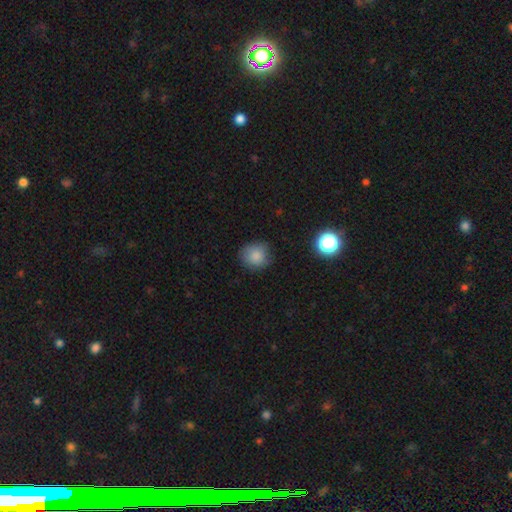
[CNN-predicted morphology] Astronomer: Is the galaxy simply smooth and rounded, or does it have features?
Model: smooth — 84%.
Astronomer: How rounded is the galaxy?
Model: round — 83%.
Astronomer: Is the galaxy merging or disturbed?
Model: none — 79%.